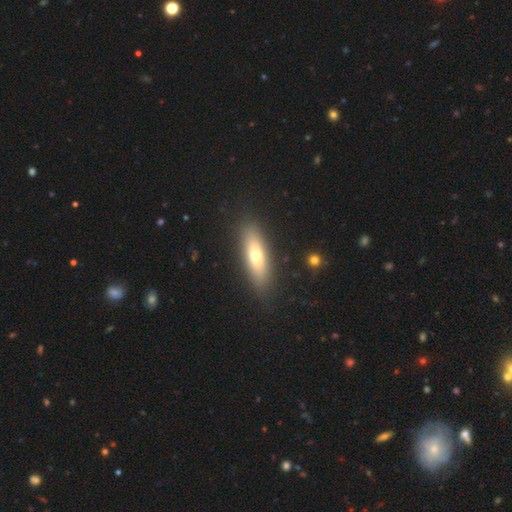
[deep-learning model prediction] The model was most divided on "how rounded": cigar-shaped: 52%, in between: 46%, round: 3%. More confident: merging — none (88%); smooth or featured — smooth (61%).